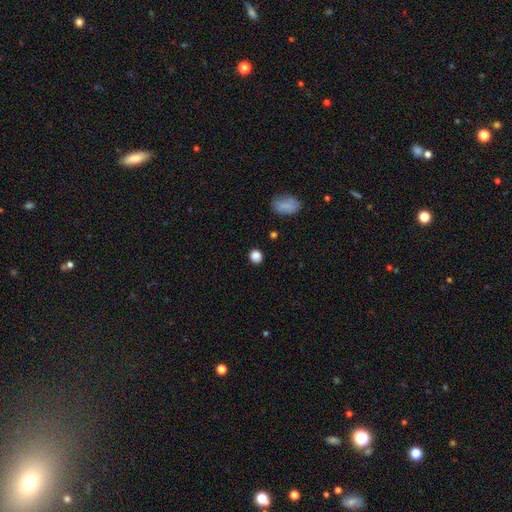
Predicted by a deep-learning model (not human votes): Smooth or featured? Predicted: smooth (p=0.85). How rounded? Predicted: round (p=0.82). Merging? Predicted: none (p=0.88).